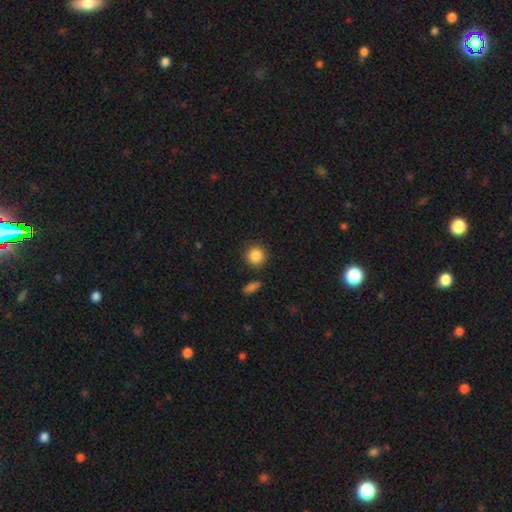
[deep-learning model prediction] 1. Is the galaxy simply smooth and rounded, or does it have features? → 87% smooth, 9% star or artifact, 5% featured or disk.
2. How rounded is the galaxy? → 91% round, 8% in between, 1% cigar-shaped.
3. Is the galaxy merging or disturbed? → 87% none, 8% minor disturbance, 3% merger, 2% major disturbance.